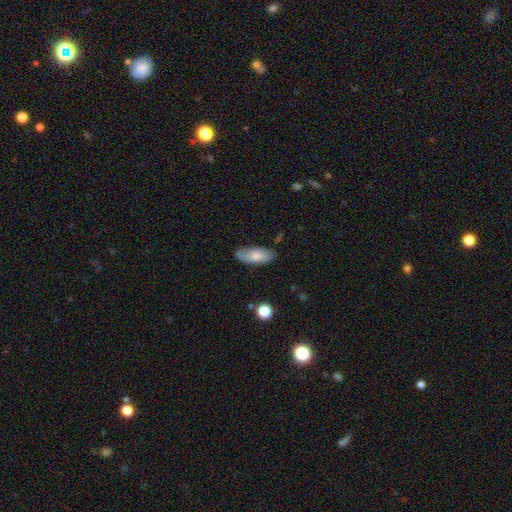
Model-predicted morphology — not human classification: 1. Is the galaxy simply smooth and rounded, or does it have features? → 70% smooth, 24% featured or disk, 6% star or artifact.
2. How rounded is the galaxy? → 86% in between, 12% cigar-shaped, 2% round.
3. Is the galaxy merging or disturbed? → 77% none, 17% minor disturbance, 4% major disturbance, 2% merger.